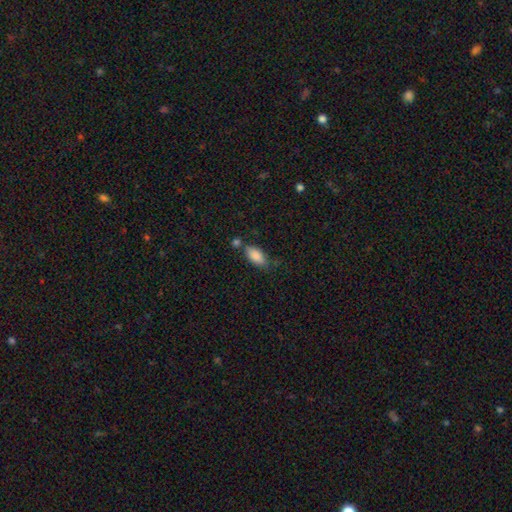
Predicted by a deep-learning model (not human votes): Smooth or featured?
  - smooth: 87% *
  - star or artifact: 7%
  - featured or disk: 6%
How rounded?
  - in between: 89% *
  - cigar-shaped: 8%
  - round: 3%
Merging?
  - none: 61% *
  - minor disturbance: 20%
  - merger: 14%
  - major disturbance: 5%